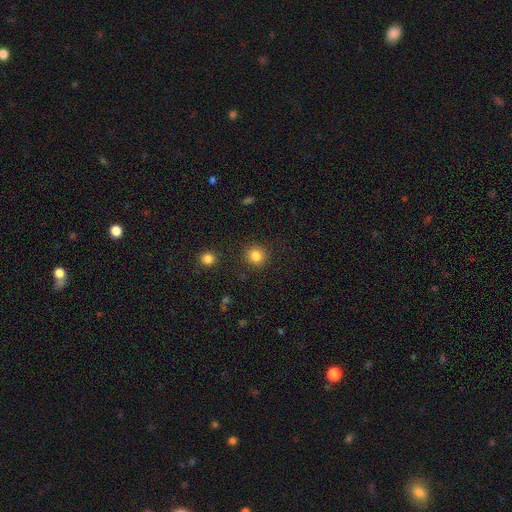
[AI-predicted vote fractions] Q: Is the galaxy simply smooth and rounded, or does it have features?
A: smooth — 83%.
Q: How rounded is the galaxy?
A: round — 91%.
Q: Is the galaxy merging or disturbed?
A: none — 90%.